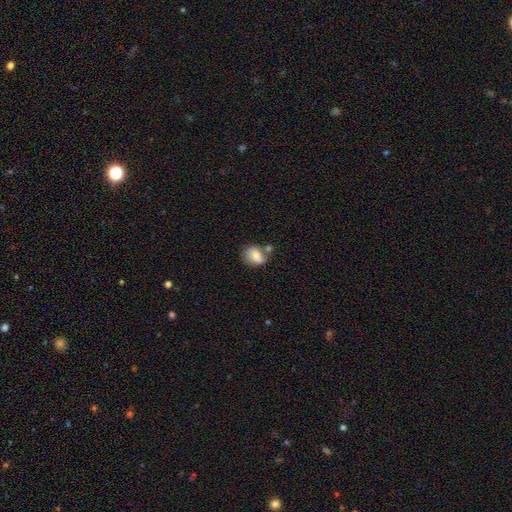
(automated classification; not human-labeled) This appears to be a smooth galaxy with no disk features (77%) that is in between round and cigar-shaped (58%). Merging: none (48%).